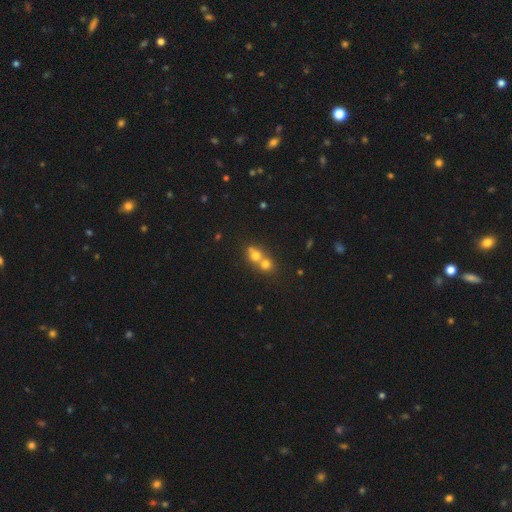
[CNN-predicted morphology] smooth_or_featured: smooth (p=0.67) [alt: featured or disk p=0.19]
how_rounded: round (p=0.76) [alt: in between p=0.23]
merging: merger (p=0.68) [alt: none p=0.25]